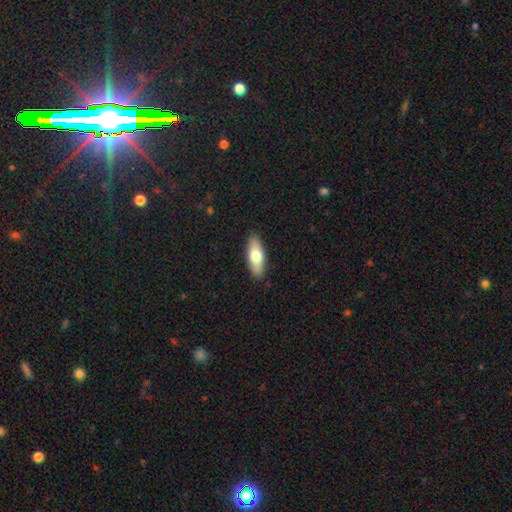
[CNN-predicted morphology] Q: Smooth or featured?
A: smooth (70%); runner-up: featured or disk (24%)
Q: How rounded?
A: in between (74%); runner-up: cigar-shaped (23%)
Q: Merging?
A: none (89%); runner-up: minor disturbance (8%)